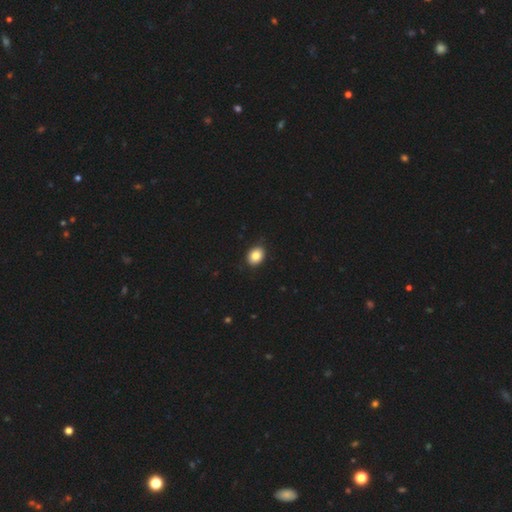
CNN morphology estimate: A smooth galaxy with no disk features (84%) that is in between round and cigar-shaped (60%). Merging: none (89%).